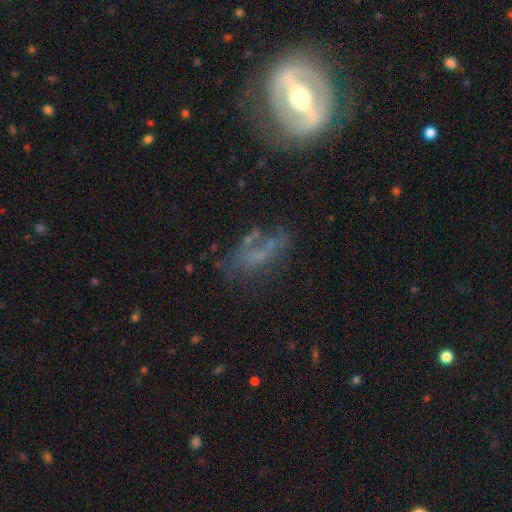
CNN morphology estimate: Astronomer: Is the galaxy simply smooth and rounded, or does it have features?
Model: featured or disk — 51% (runner-up: smooth, 30%).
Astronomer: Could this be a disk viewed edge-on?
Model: no — 88%.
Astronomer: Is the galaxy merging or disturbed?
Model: none — 39% (runner-up: major disturbance, 30%).